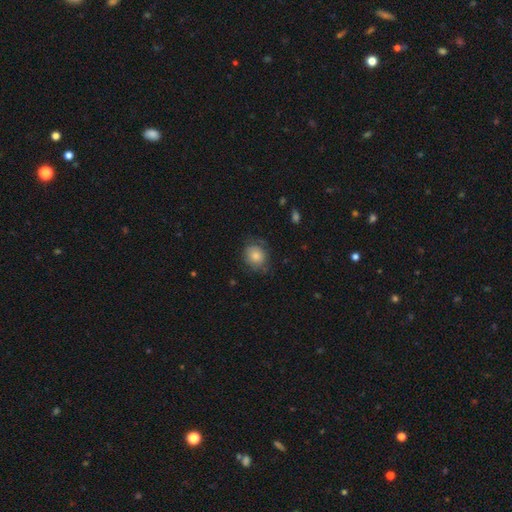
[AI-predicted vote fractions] Morphology: type=smooth (76%); roundness=round (73%); merging=none (68%).